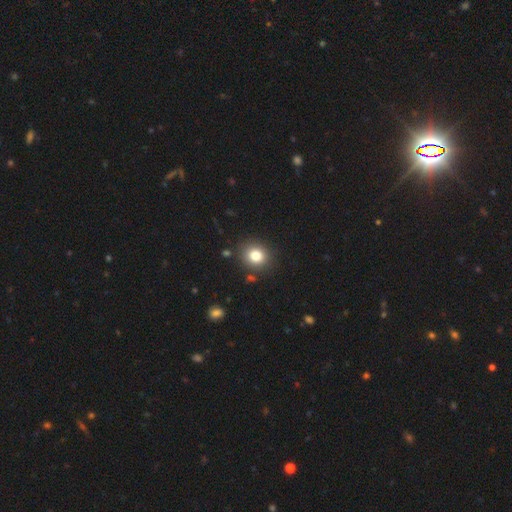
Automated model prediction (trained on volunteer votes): Q: Smooth or featured?
A: smooth (81%); runner-up: star or artifact (11%)
Q: How rounded?
A: round (78%); runner-up: in between (21%)
Q: Merging?
A: none (87%); runner-up: minor disturbance (8%)